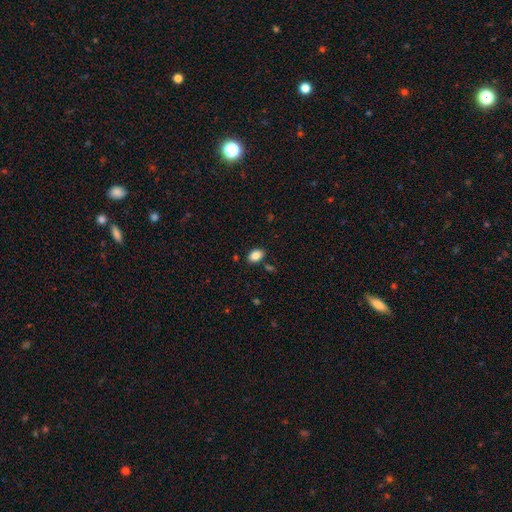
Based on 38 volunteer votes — Smooth or featured?
  - smooth: 89% *
  - featured or disk: 5%
  - star or artifact: 5%
How rounded?
  - in between: 71% *
  - round: 29%
  - cigar-shaped: 0%
Merging?
  - none: 67% *
  - merger: 14%
  - minor disturbance: 11%
  - major disturbance: 8%